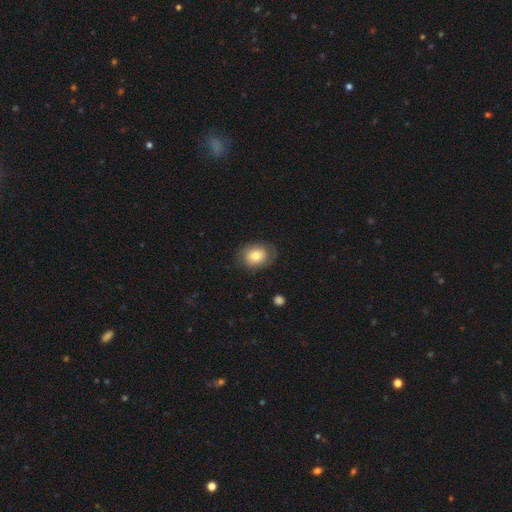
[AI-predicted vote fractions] This is likely a smooth galaxy (74%). How rounded: likely in between (60%). Merging: likely none (79%).